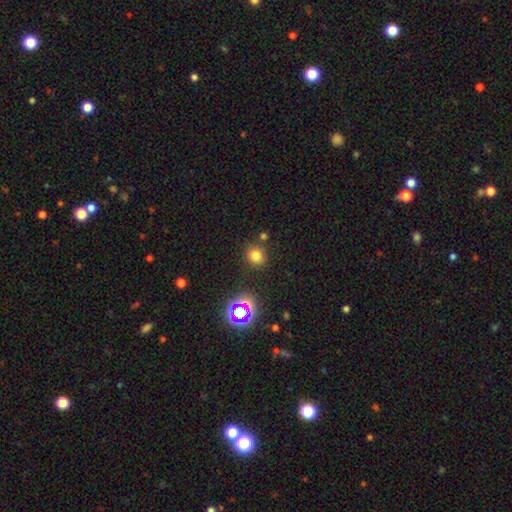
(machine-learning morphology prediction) Q: Smooth or featured?
A: smooth (74%); runner-up: star or artifact (19%)
Q: How rounded?
A: round (85%); runner-up: in between (14%)
Q: Merging?
A: none (82%); runner-up: minor disturbance (9%)